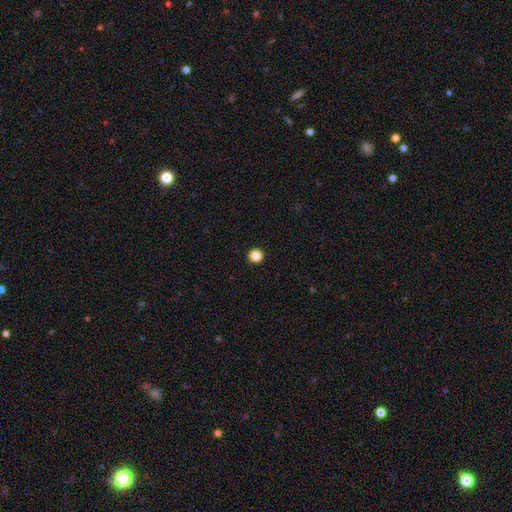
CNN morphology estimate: Smooth or featured? smooth (87%)
How rounded? round (96%)
Merging? none (94%)